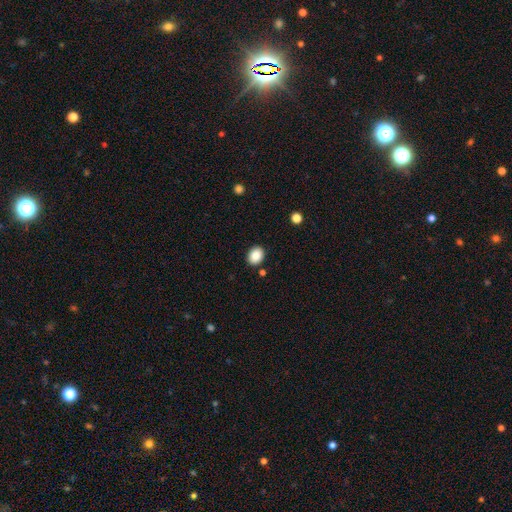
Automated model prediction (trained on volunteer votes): smooth_or_featured: smooth (p=0.87) [alt: star or artifact p=0.08]
how_rounded: in between (p=0.56) [alt: round p=0.43]
merging: none (p=0.88) [alt: minor disturbance p=0.08]